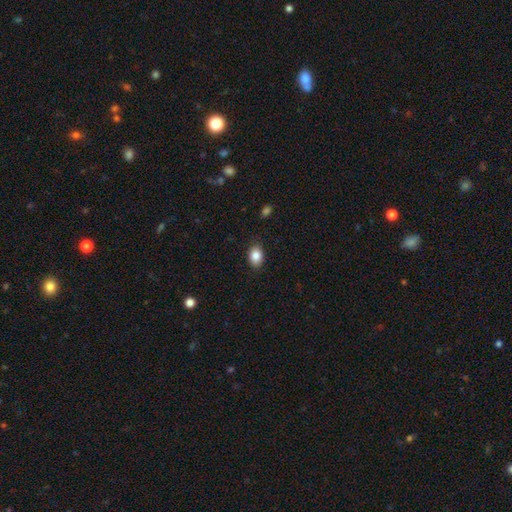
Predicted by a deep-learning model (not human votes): smooth_or_featured: smooth (p=0.87) [alt: star or artifact p=0.08]
how_rounded: in between (p=0.75) [alt: round p=0.24]
merging: none (p=0.86) [alt: minor disturbance p=0.11]